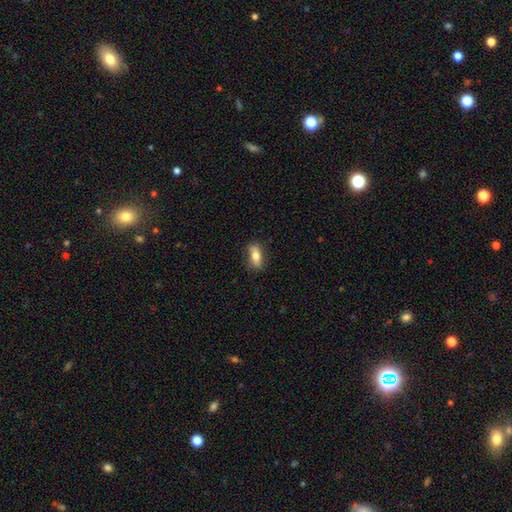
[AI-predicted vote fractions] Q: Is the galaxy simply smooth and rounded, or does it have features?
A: smooth — 72%.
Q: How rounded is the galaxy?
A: in between — 75%.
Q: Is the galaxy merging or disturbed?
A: none — 83%.